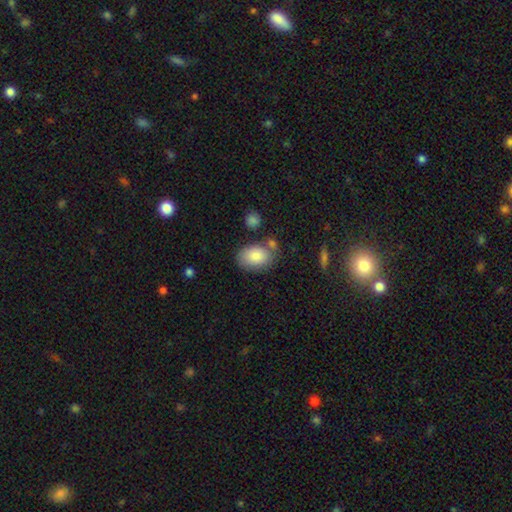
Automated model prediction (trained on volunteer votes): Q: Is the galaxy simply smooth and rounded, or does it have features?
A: smooth — 83%.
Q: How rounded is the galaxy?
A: in between — 86%.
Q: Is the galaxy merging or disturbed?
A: none — 67%.